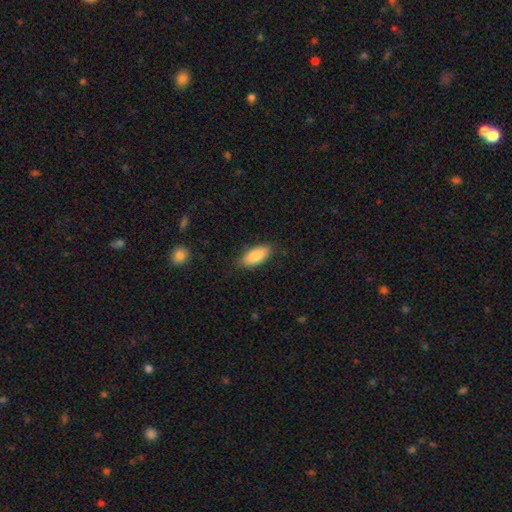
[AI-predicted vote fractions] A smooth galaxy with no disk features (86%) that is in between round and cigar-shaped (88%).

Vote fractions:
- Smooth or featured? smooth: 86% / featured or disk: 7% / star or artifact: 6%
- How rounded? in between: 88% / cigar-shaped: 10% / round: 2%
- Merging? none: 85% / minor disturbance: 11% / major disturbance: 3% / merger: 1%